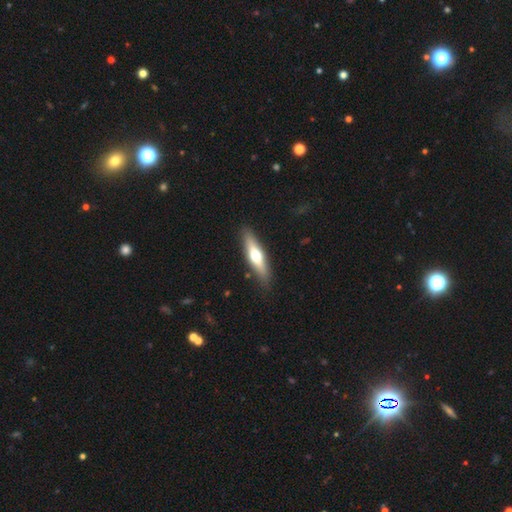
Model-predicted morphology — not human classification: smooth_or_featured: featured or disk (p=0.48) [alt: smooth p=0.46]
merging: none (p=0.87) [alt: minor disturbance p=0.09]